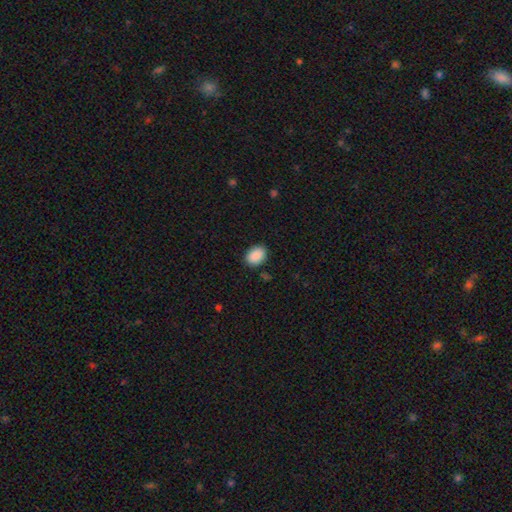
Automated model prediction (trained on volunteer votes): smooth_or_featured: smooth (p=0.90) [alt: star or artifact p=0.07]
how_rounded: in between (p=0.74) [alt: round p=0.25]
merging: none (p=0.86) [alt: minor disturbance p=0.10]